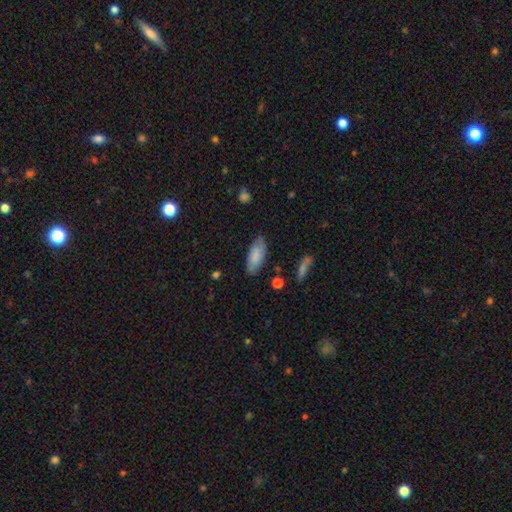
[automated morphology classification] smooth_or_featured: smooth (p=0.77) [alt: featured or disk p=0.17]
how_rounded: in between (p=0.81) [alt: cigar-shaped p=0.18]
merging: none (p=0.81) [alt: minor disturbance p=0.14]